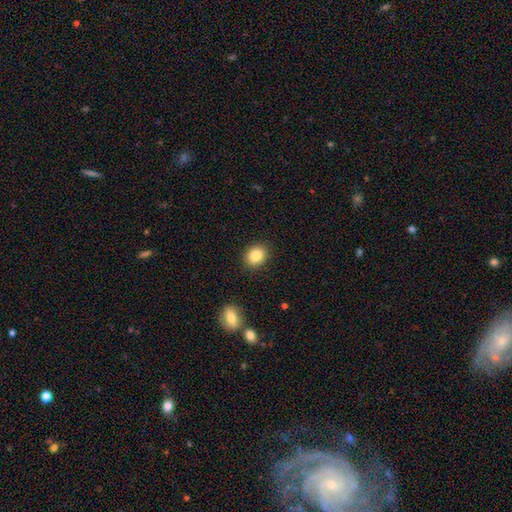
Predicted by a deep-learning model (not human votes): smooth-or-featured: smooth: 84% | star or artifact: 9% | featured or disk: 7%
  how-rounded: round: 58% | in between: 41% | cigar-shaped: 1%
  merging: none: 89% | minor disturbance: 8% | major disturbance: 2% | merger: 2%